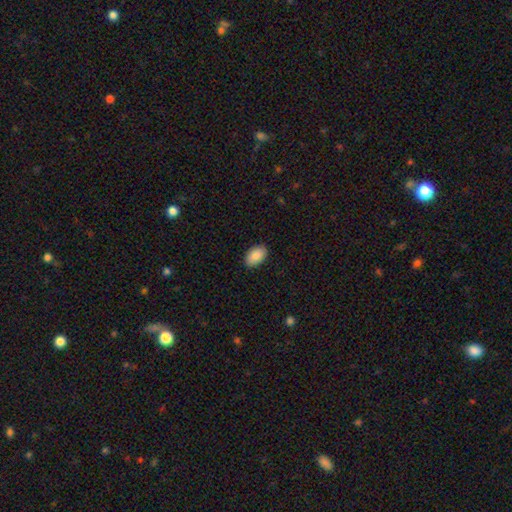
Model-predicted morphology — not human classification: This appears to be a smooth galaxy with no disk features (89%) that is in between round and cigar-shaped (91%). Merging: none (88%).